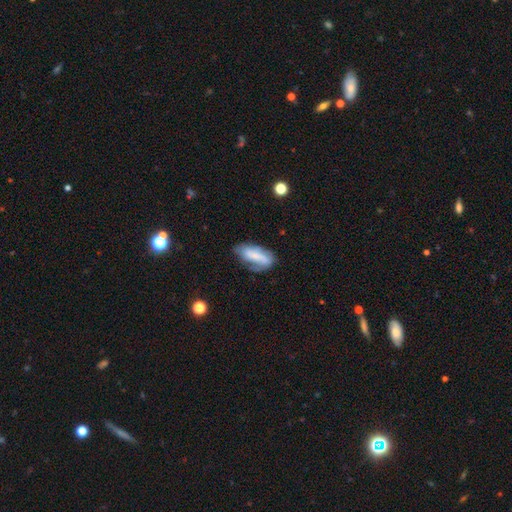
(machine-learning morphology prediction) Q: Smooth or featured?
A: smooth (54%); runner-up: featured or disk (38%)
Q: How rounded?
A: in between (81%); runner-up: cigar-shaped (16%)
Q: Merging?
A: none (50%); runner-up: minor disturbance (31%)